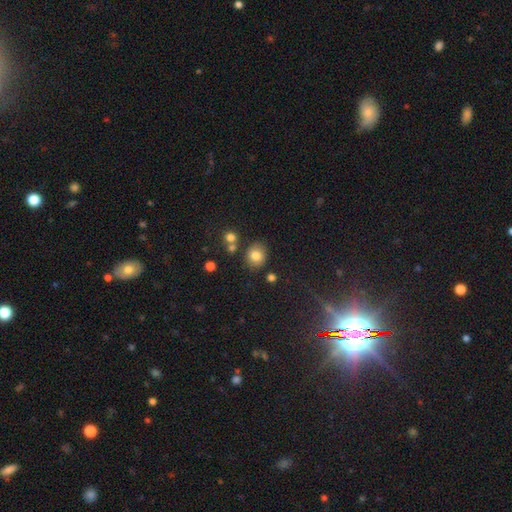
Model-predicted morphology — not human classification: Smooth or featured: smooth — 81% (star or artifact — 11%)
How rounded: round — 64% (in between — 35%)
Merging: none — 77% (minor disturbance — 12%)